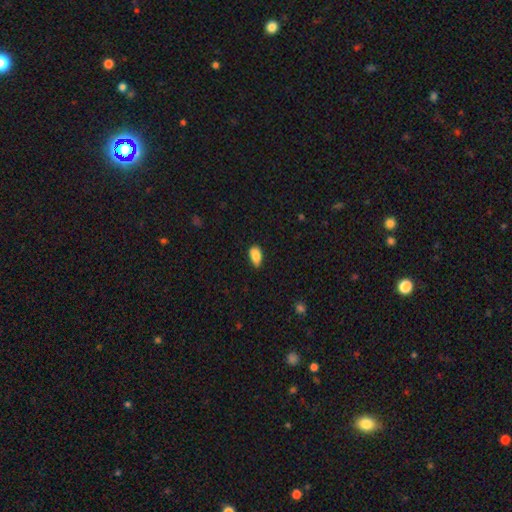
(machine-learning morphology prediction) smooth_or_featured: smooth (p=0.85) [alt: star or artifact p=0.08]
how_rounded: in between (p=0.91) [alt: round p=0.05]
merging: none (p=0.67) [alt: minor disturbance p=0.27]